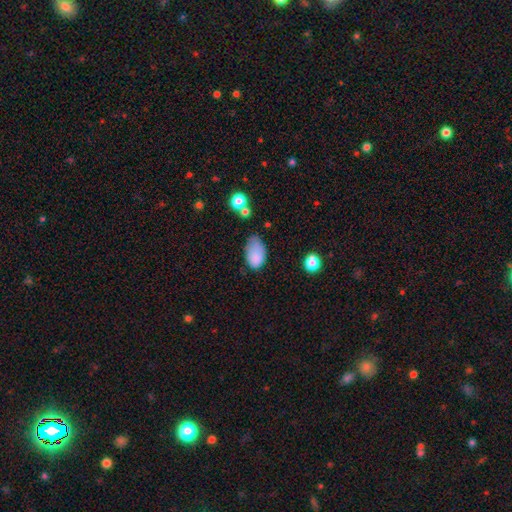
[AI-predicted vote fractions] Smooth or featured?
  - smooth: 81% *
  - star or artifact: 10%
  - featured or disk: 10%
How rounded?
  - in between: 91% *
  - round: 7%
  - cigar-shaped: 2%
Merging?
  - minor disturbance: 40% *
  - none: 36%
  - major disturbance: 18%
  - merger: 6%